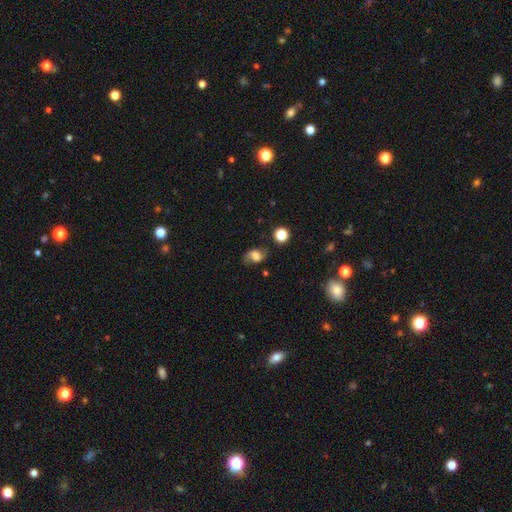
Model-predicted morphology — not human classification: Smooth or featured: smooth — 45% (featured or disk — 42%)
Merging: none — 62% (minor disturbance — 24%)